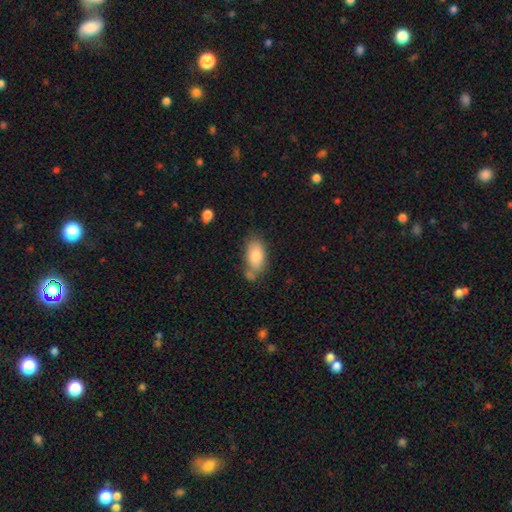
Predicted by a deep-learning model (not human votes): smooth-or-featured: smooth: 81% | featured or disk: 12% | star or artifact: 7%
  how-rounded: in between: 92% | round: 5% | cigar-shaped: 3%
  merging: none: 59% | minor disturbance: 21% | merger: 14% | major disturbance: 6%